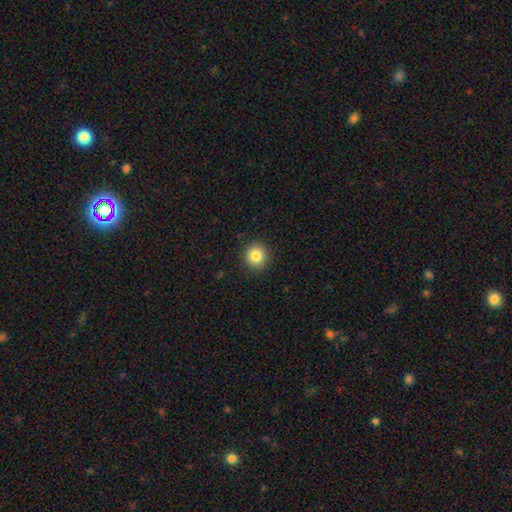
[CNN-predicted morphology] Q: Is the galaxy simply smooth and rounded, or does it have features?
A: smooth — 84%.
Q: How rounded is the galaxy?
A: round — 88%.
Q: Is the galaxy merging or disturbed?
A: none — 91%.